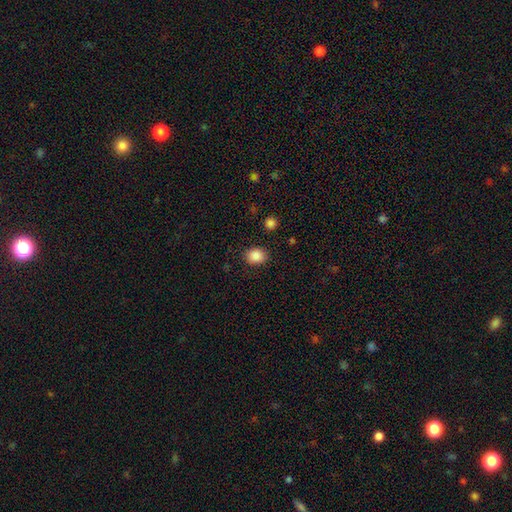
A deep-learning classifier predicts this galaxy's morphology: type=smooth (87%); roundness=round (53%); merging=none (86%).